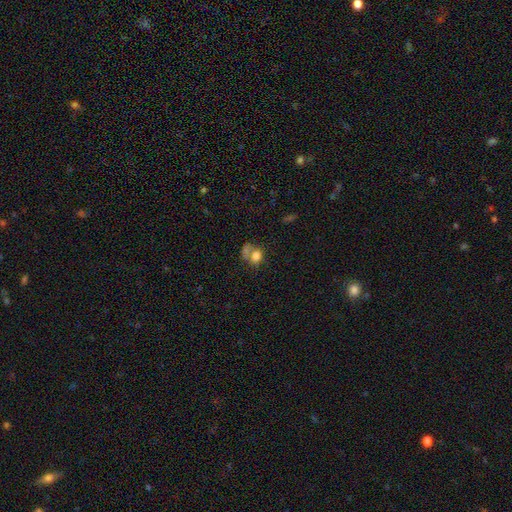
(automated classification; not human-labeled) Q: Smooth or featured?
A: smooth (73%); runner-up: featured or disk (14%)
Q: How rounded?
A: round (50%); runner-up: in between (49%)
Q: Merging?
A: merger (44%); runner-up: none (31%)